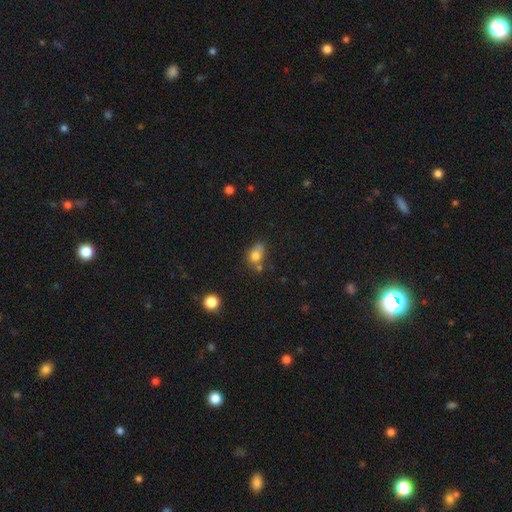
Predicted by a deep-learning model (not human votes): smooth-or-featured: smooth: 76% | featured or disk: 13% | star or artifact: 11%
  how-rounded: in between: 67% | round: 30% | cigar-shaped: 2%
  merging: none: 41% | minor disturbance: 26% | merger: 22% | major disturbance: 10%